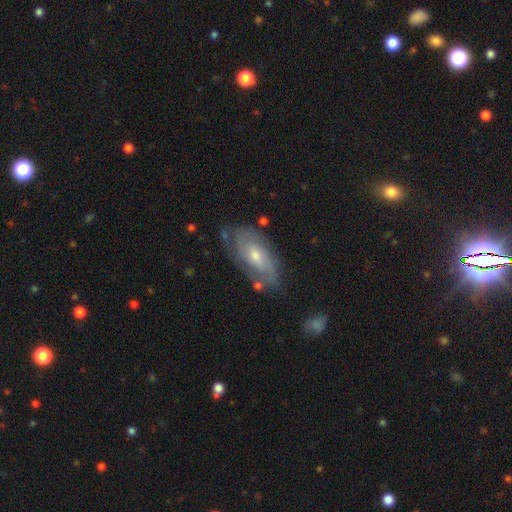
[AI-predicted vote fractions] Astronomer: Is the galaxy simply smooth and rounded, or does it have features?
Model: featured or disk — 60%.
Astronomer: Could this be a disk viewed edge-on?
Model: no — 89%.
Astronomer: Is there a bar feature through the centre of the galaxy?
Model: no — 70%.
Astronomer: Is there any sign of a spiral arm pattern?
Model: yes — 73%.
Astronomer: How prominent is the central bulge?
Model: moderate — 55% (runner-up: small, 38%).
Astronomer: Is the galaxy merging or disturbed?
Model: none — 63%.